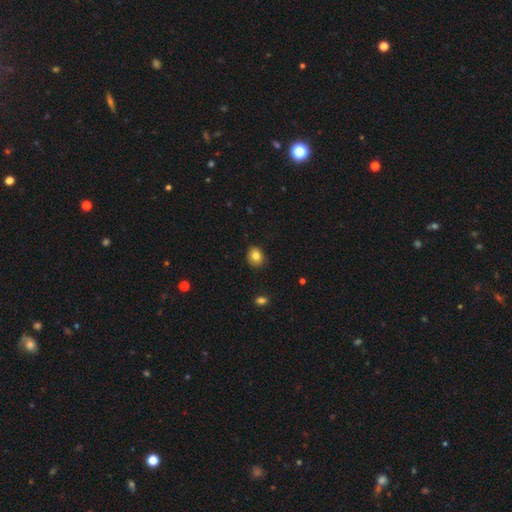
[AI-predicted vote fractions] Smooth or featured: smooth — 83% (star or artifact — 10%)
How rounded: round — 69% (in between — 30%)
Merging: none — 85% (minor disturbance — 12%)